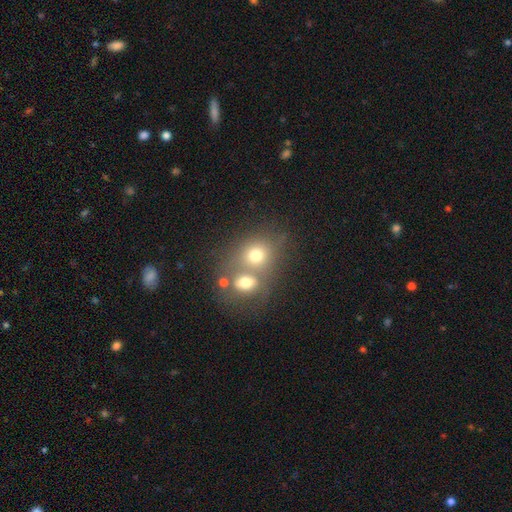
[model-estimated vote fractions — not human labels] This appears to be a smooth galaxy with no disk features (67%) that is round (68%). Merging: merger (57%).